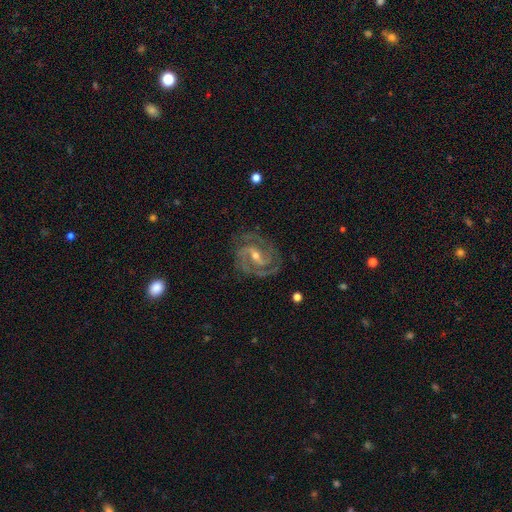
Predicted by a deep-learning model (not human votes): smooth-or-featured: featured or disk: 92% | star or artifact: 5% | smooth: 3%
  disk-edge-on: no: 97% | yes: 3%
    bar: weak: 46% | strong: 34% | no: 20%
    has-spiral-arms: yes: 98% | no: 2%
      spiral-winding: medium: 48% | tight: 46% | loose: 7%
      spiral-arm-count: 2: 66% | 3: 21% | can't tell: 5% | 4: 3% | 1: 3% | more than 4: 3%
    bulge-size: small: 55% | moderate: 42% | none: 1% | large: 1% | dominant: 1%
  merging: none: 79% | minor disturbance: 14% | major disturbance: 5% | merger: 1%